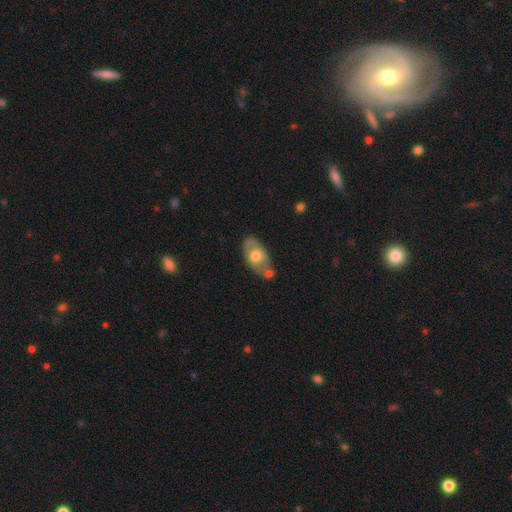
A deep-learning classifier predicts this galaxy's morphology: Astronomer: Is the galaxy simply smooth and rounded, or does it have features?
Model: smooth — 52% (runner-up: featured or disk, 42%).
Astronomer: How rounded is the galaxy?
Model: in between — 89%.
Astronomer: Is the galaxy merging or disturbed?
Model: none — 47% (runner-up: merger, 27%).